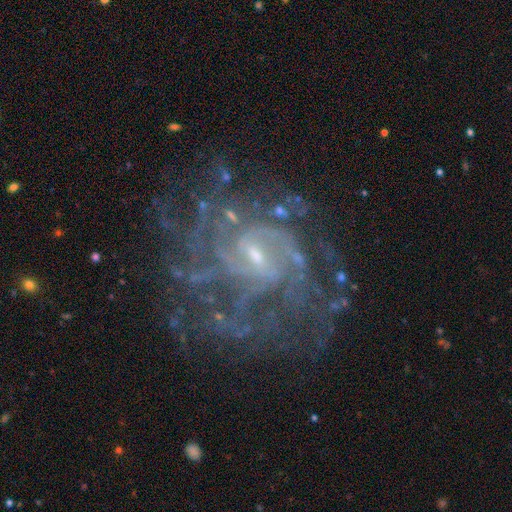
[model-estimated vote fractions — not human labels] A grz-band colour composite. It shows a featured or disk galaxy (88%) with a weak bar (56%), tight (55%) spiral arms (94%) and a small central bulge (75%). Merging: none (67%).